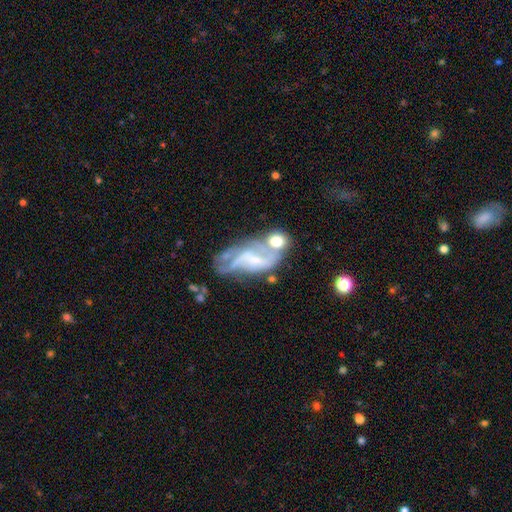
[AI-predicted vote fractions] smooth-or-featured: featured or disk: 71% | smooth: 17% | star or artifact: 12%
  disk-edge-on: no: 91% | yes: 9%
    bar: no: 41% | weak: 40% | strong: 19%
    has-spiral-arms: yes: 77% | no: 23%
    bulge-size: small: 50% | none: 24% | moderate: 21% | large: 3% | dominant: 2%
  merging: none: 39% | merger: 27% | major disturbance: 17% | minor disturbance: 17%